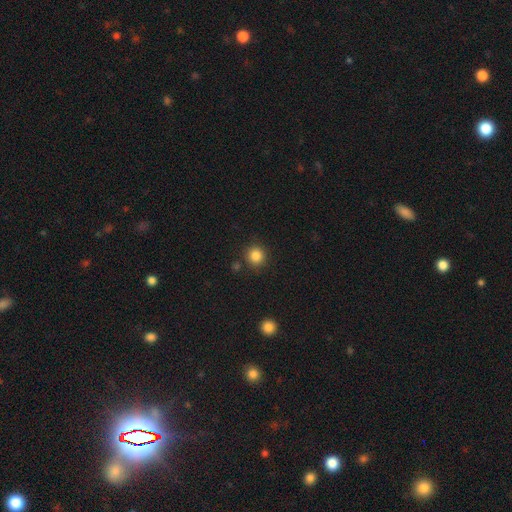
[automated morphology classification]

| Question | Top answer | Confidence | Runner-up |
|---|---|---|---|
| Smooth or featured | smooth | 85% | star or artifact (11%) |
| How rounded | round | 93% | in between (6%) |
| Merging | none | 87% | minor disturbance (7%) |